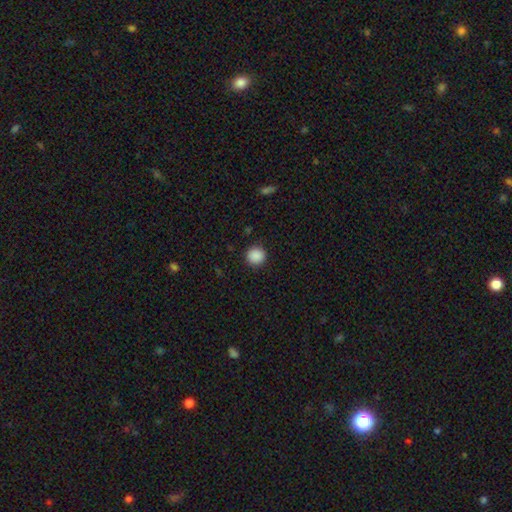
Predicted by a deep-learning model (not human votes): Smooth or featured? Predicted: smooth (p=0.89). How rounded? Predicted: round (p=0.94). Merging? Predicted: none (p=0.91).